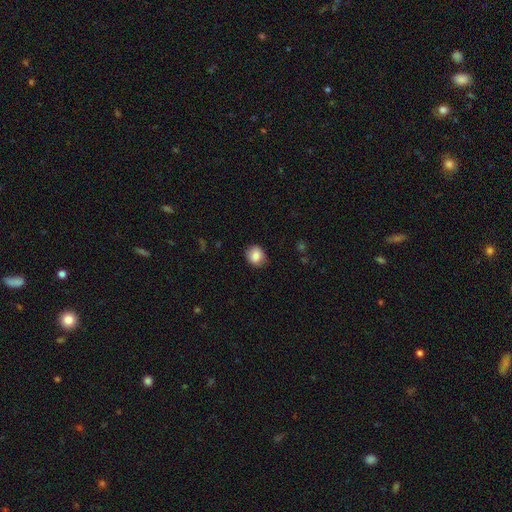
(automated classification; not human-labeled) Q: Smooth or featured?
A: smooth (86%); runner-up: star or artifact (8%)
Q: How rounded?
A: round (65%); runner-up: in between (34%)
Q: Merging?
A: none (81%); runner-up: minor disturbance (15%)